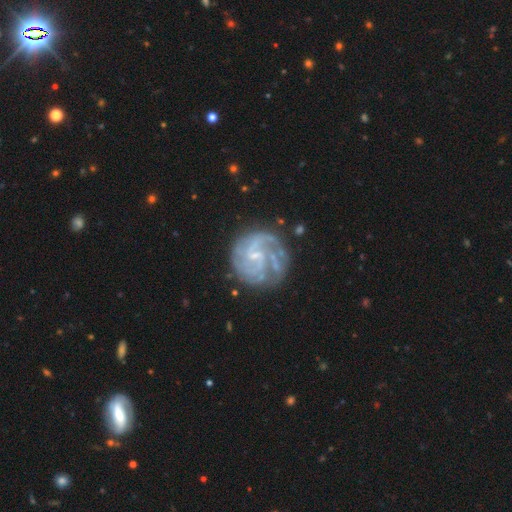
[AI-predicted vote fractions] Smooth or featured? Predicted: featured or disk (p=0.85). Edge-on disk? Predicted: no (p=0.98). Bar? Predicted: weak (p=0.45, tied with no). Spiral arms? Predicted: yes (p=0.95). Spiral winding? Predicted: tight (p=0.53). Spiral arm count? Predicted: 3 (p=0.28). Bulge size? Predicted: small (p=0.69). Merging? Predicted: none (p=0.69).